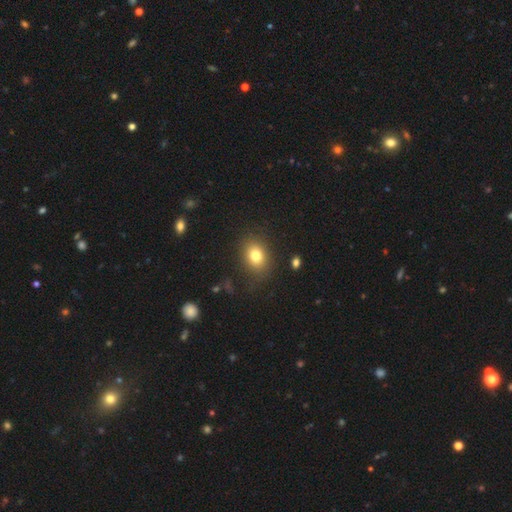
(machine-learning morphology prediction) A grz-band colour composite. It shows a smooth galaxy with no disk features (78%) that is in between round and cigar-shaped (56%). Merging: none (82%).